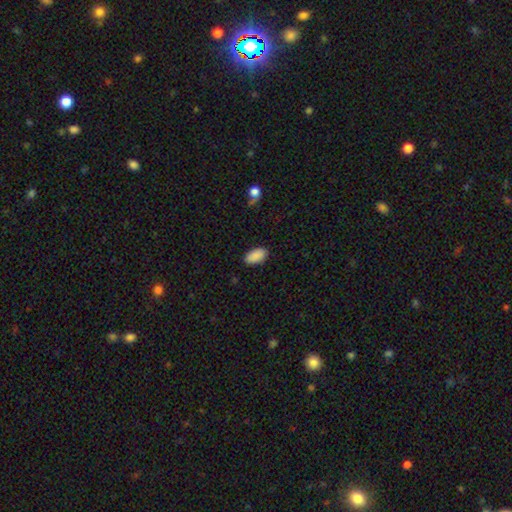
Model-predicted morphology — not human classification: Q: Smooth or featured?
A: smooth (89%); runner-up: star or artifact (7%)
Q: How rounded?
A: in between (94%); runner-up: round (3%)
Q: Merging?
A: none (86%); runner-up: minor disturbance (10%)